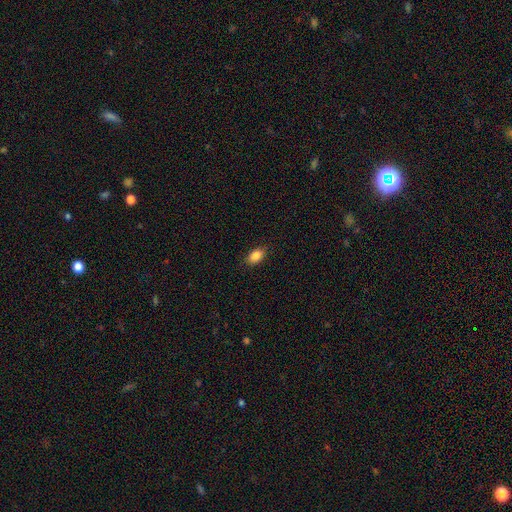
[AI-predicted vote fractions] Overall: smooth (87%). How rounded: in between (88%). Merging: none (87%).